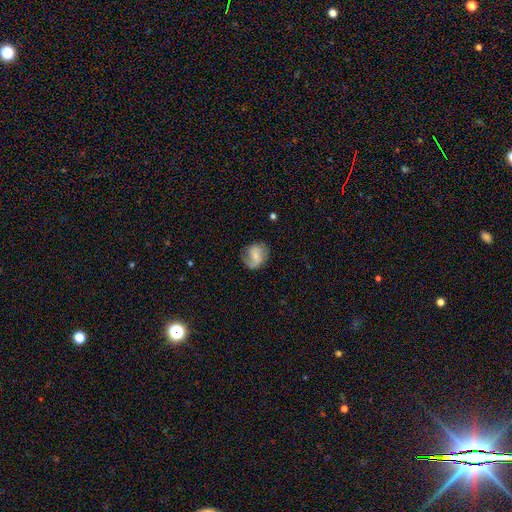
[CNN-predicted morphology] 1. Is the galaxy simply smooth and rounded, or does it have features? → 63% featured or disk, 30% smooth, 7% star or artifact.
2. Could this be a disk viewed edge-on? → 97% no, 3% yes.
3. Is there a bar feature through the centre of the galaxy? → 44% weak, 40% no, 16% strong.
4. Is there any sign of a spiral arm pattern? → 89% yes, 11% no.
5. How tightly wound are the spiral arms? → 45% medium, 33% loose, 23% tight.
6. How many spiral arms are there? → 74% 2, 13% 1, 9% can't tell, 2% 3, 1% 4, 1% more than 4.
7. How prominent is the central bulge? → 56% small, 32% moderate, 8% none, 3% large, 1% dominant.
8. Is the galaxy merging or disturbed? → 69% none, 20% minor disturbance, 9% major disturbance, 1% merger.